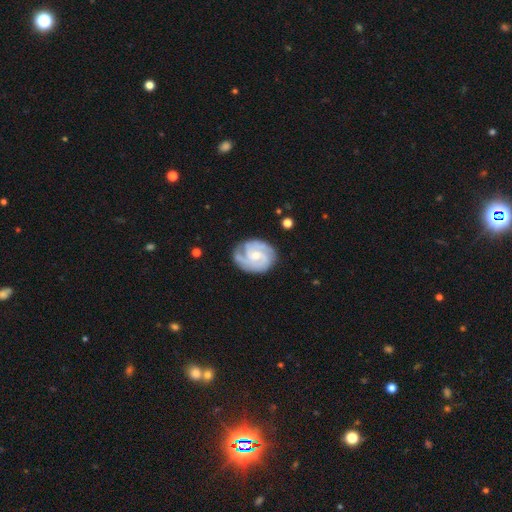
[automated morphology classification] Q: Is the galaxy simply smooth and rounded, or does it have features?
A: featured or disk — 87%.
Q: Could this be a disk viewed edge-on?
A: no — 98%.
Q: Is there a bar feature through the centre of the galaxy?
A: no — 60%.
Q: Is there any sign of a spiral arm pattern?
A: yes — 97%.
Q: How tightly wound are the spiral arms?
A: tight — 58%.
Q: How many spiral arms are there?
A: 3 — 42%.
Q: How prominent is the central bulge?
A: moderate — 47%, tied with small.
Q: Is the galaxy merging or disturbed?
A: none — 76%.